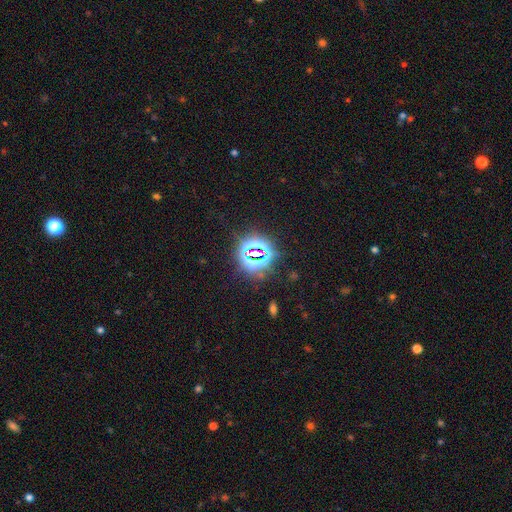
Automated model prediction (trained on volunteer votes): This appears to be a star or artifact, not a galaxy (79%).